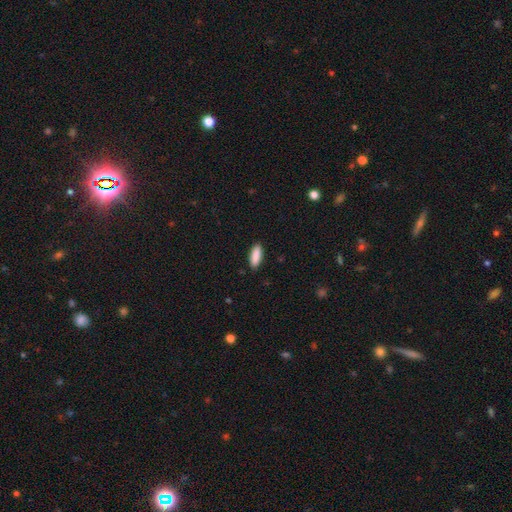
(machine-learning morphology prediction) Smooth or featured? smooth (90%)
How rounded? in between (68%)
Merging? none (89%)